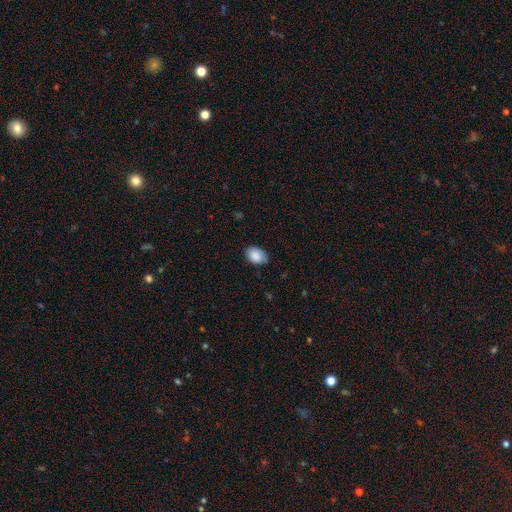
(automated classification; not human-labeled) Smooth or featured? smooth (88%)
How rounded? in between (82%)
Merging? none (74%)